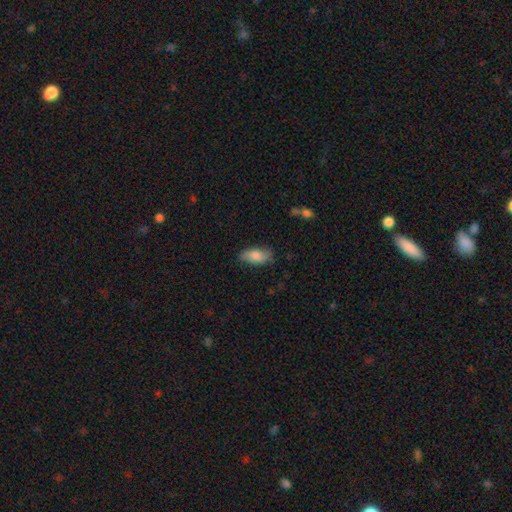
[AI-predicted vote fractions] This appears to be a smooth galaxy with no disk features (80%) that is in between round and cigar-shaped (89%). Merging: none (76%).